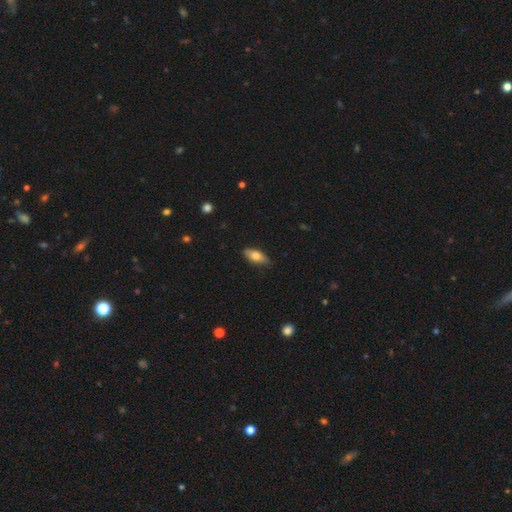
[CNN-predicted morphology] smooth 73%, featured or disk 21%, star or artifact 6%. Down the decision tree: how rounded — in between (79%); merging — none (83%).